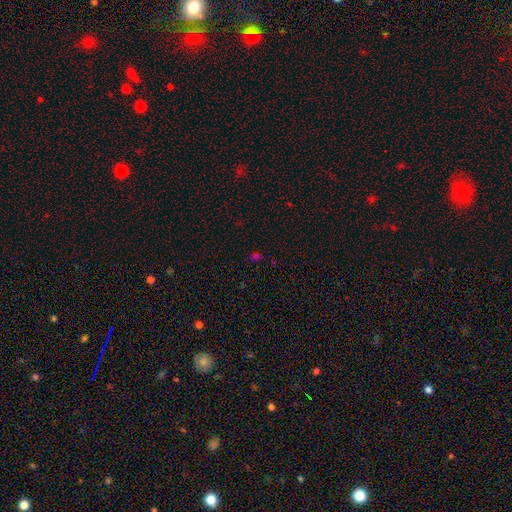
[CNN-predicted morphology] smooth-or-featured: smooth: 49% | star or artifact: 44% | featured or disk: 6%
  merging: none: 76% | minor disturbance: 13% | merger: 6% | major disturbance: 6%